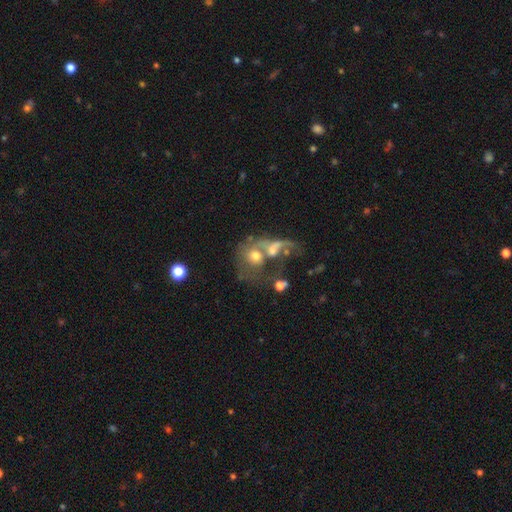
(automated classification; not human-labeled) This appears to be a featured or disk galaxy (45%). Merging: merger (58%).